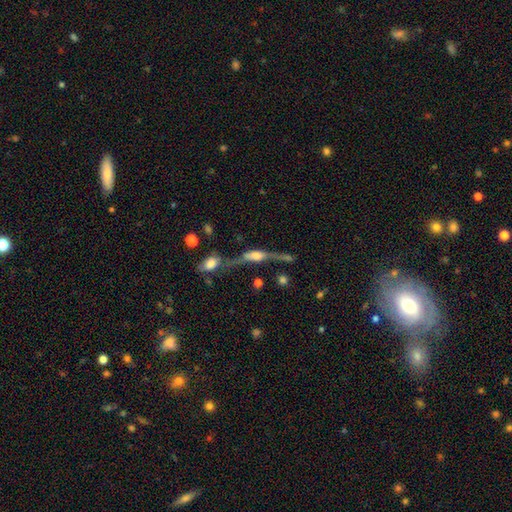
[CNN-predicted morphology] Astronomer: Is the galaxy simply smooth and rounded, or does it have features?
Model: featured or disk — 70%.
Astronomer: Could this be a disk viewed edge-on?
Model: yes — 84%.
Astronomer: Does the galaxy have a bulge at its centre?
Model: rounded — 69%.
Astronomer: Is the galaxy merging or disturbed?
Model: none — 45% (runner-up: merger, 25%).